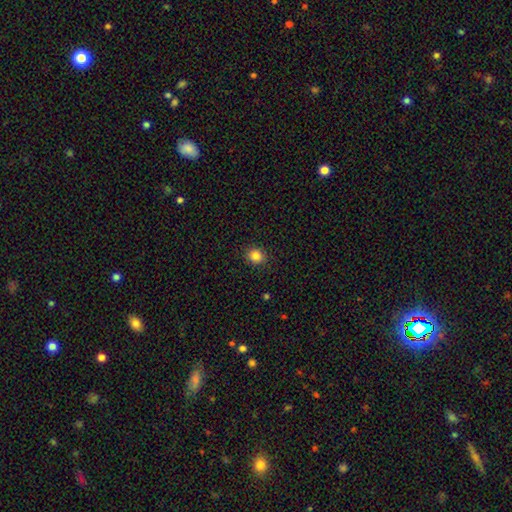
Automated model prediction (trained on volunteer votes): Smooth or featured?
  - smooth: 84% *
  - star or artifact: 11%
  - featured or disk: 5%
How rounded?
  - round: 81% *
  - in between: 18%
  - cigar-shaped: 1%
Merging?
  - none: 91% *
  - minor disturbance: 6%
  - major disturbance: 2%
  - merger: 1%